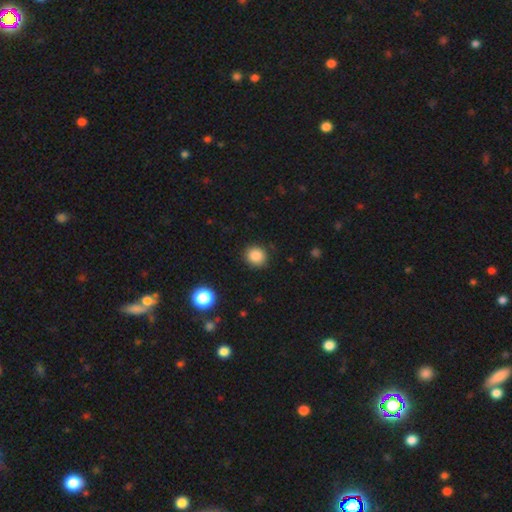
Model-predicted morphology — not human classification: Q: Smooth or featured?
A: smooth (86%); runner-up: star or artifact (10%)
Q: How rounded?
A: round (85%); runner-up: in between (14%)
Q: Merging?
A: none (88%); runner-up: minor disturbance (9%)